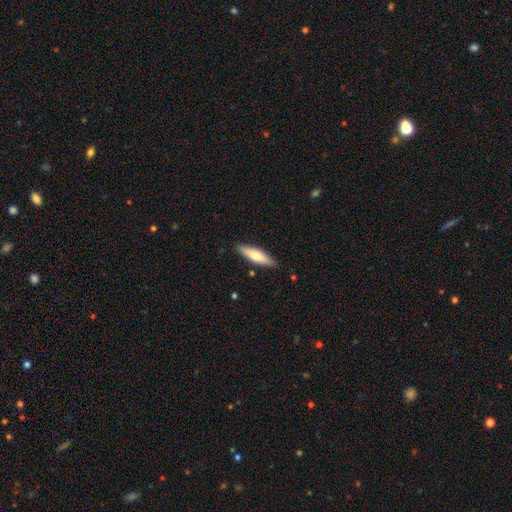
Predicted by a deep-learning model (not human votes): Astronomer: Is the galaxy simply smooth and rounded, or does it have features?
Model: smooth — 63%.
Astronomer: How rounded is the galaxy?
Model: cigar-shaped — 61% (runner-up: in between, 37%).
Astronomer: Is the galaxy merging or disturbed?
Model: none — 86%.